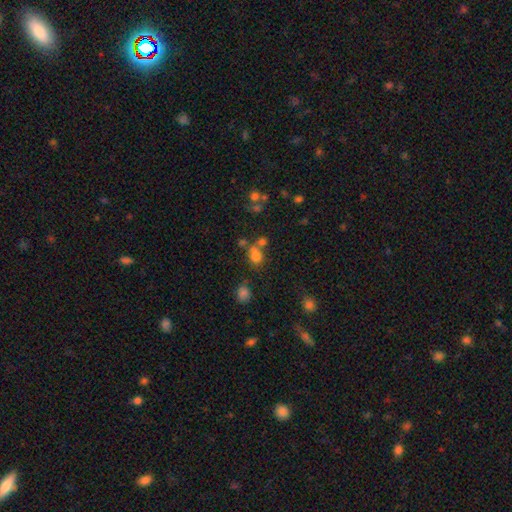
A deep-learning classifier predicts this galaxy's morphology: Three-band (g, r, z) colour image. It shows a smooth galaxy with no disk features (73%) that is round (50%). Merging: none (49%).